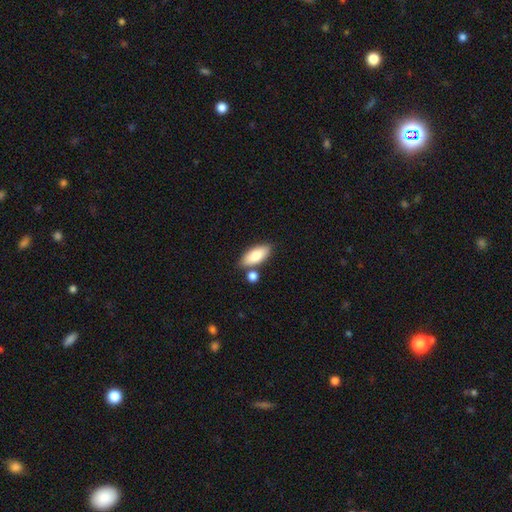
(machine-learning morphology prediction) type=smooth (82%); roundness=in between (84%); merging=none (72%).